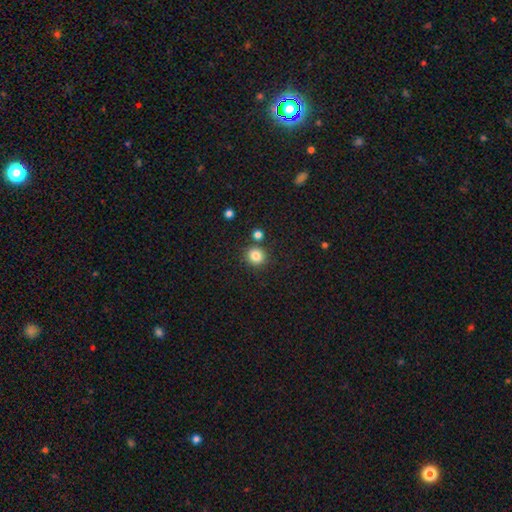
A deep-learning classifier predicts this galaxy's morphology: A smooth galaxy with no disk features (83%) that is round (91%).

Vote fractions:
- Smooth or featured? smooth: 83% / star or artifact: 12% / featured or disk: 5%
- How rounded? round: 91% / in between: 8% / cigar-shaped: 1%
- Merging? none: 83% / merger: 7% / minor disturbance: 7% / major disturbance: 2%